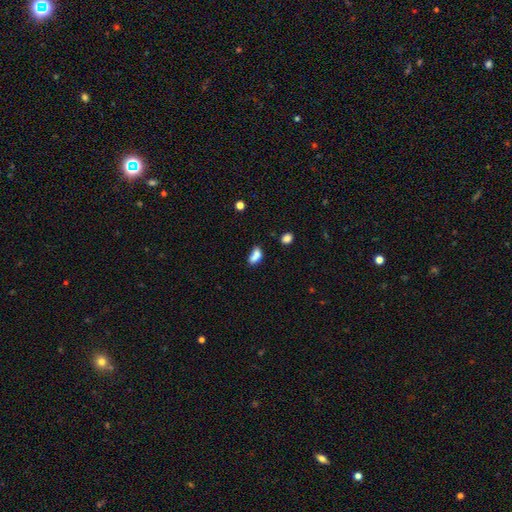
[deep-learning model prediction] Q: Smooth or featured?
A: smooth (78%); runner-up: featured or disk (11%)
Q: How rounded?
A: in between (81%); runner-up: round (11%)
Q: Merging?
A: merger (38%); runner-up: none (34%)